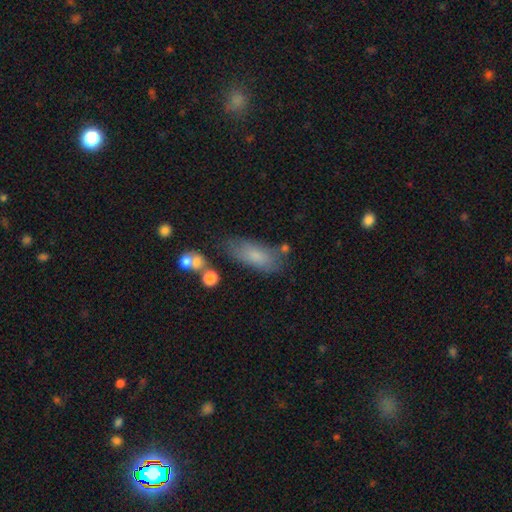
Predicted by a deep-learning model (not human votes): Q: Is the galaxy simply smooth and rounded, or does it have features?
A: smooth — 75%.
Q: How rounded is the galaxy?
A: in between — 79%.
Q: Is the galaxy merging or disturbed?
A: none — 61%.